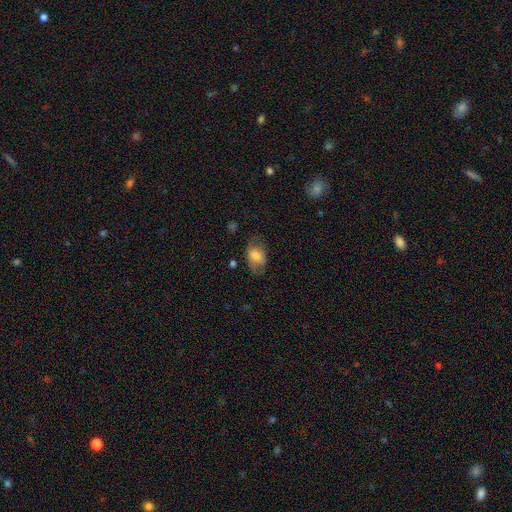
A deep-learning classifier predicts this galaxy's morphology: The model was most divided on "merging": none: 62%, minor disturbance: 24%, major disturbance: 12%, merger: 2%. More confident: how rounded — in between (86%); smooth or featured — smooth (72%).